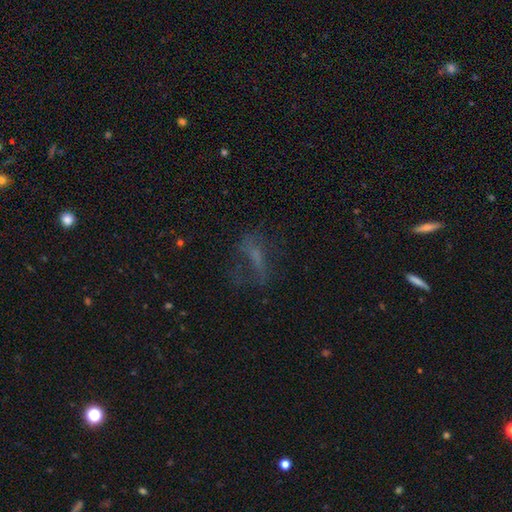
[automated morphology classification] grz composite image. It shows a featured or disk galaxy (39%). Merging: none (47%).